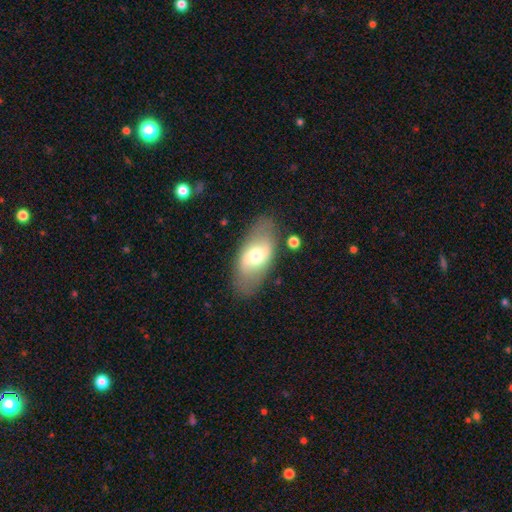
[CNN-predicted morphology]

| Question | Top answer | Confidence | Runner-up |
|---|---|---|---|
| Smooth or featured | smooth | 55% | featured or disk (38%) |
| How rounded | in between | 90% | cigar-shaped (6%) |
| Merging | none | 81% | minor disturbance (13%) |